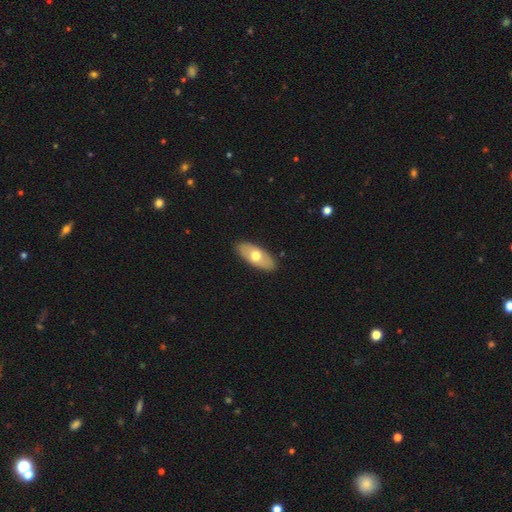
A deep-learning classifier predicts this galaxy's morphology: Overall: smooth (59%; featured or disk 36%). How rounded: in between (86%). Merging: none (89%).